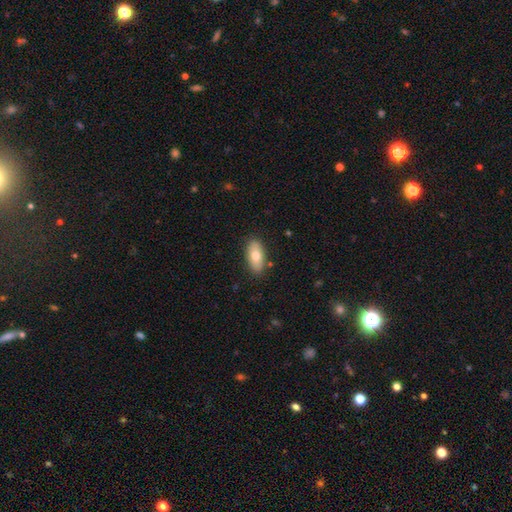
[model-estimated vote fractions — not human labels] This is likely a smooth galaxy (73%). How rounded: clearly in between (88%). Merging: clearly none (86%).